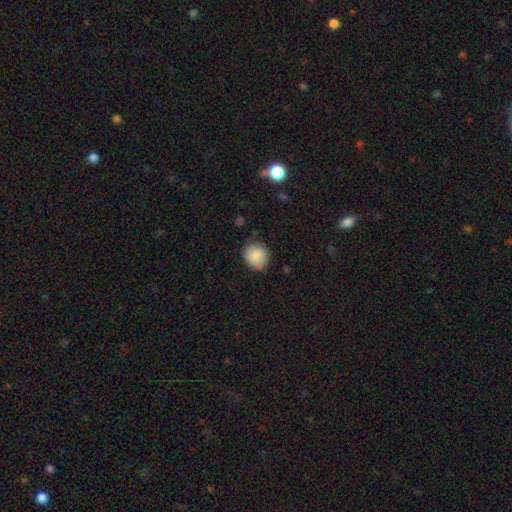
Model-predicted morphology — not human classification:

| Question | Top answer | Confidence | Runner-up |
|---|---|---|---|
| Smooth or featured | smooth | 87% | star or artifact (8%) |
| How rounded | round | 85% | in between (14%) |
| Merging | none | 82% | minor disturbance (14%) |